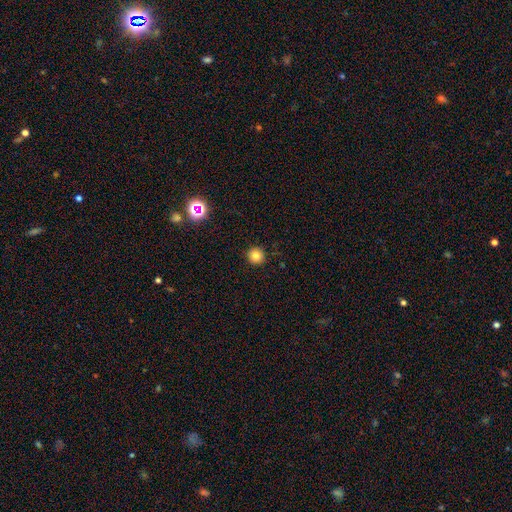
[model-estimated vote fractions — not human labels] smooth 81%, star or artifact 13%, featured or disk 6%. Down the decision tree: how rounded — round (96%); merging — none (92%).